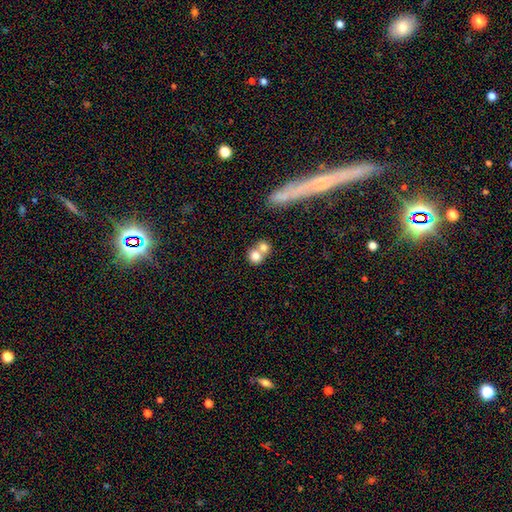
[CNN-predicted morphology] type=smooth (75%); roundness=round (75%); merging=merger (59%).